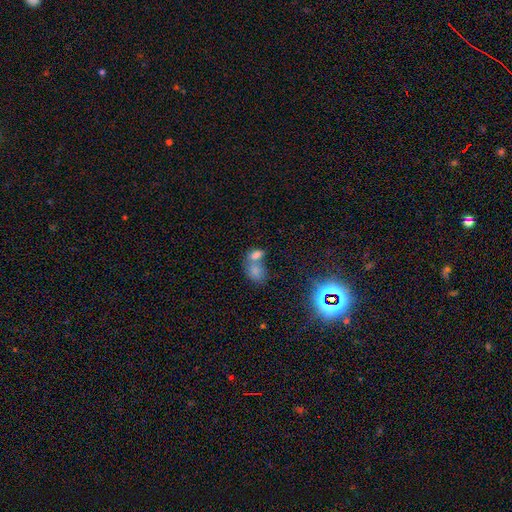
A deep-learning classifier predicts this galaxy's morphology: The model was most divided on "merging": merger: 59%, none: 27%, minor disturbance: 9%, major disturbance: 5%. More confident: how rounded — in between (83%); smooth or featured — smooth (75%).